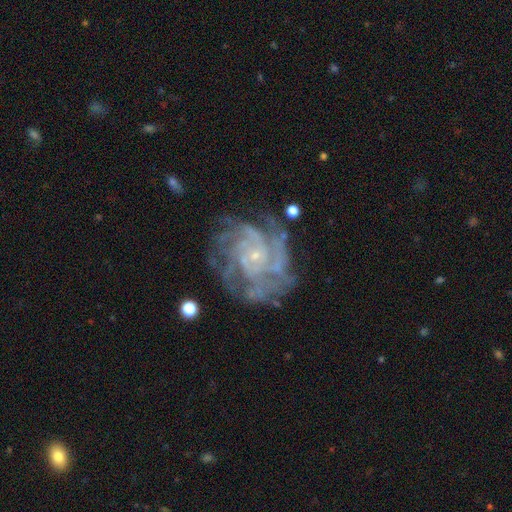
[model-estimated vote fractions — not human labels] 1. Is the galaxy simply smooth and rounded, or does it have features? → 89% featured or disk, 7% star or artifact, 5% smooth.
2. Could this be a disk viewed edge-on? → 98% no, 2% yes.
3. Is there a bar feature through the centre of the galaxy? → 75% no, 19% weak, 5% strong.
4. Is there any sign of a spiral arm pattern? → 97% yes, 3% no.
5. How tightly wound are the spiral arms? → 66% tight, 29% medium, 5% loose.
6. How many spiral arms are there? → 32% 4, 19% can't tell, 16% more than 4, 16% 3, 9% 2, 7% 1.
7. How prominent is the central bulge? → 85% small, 9% moderate, 4% none, 1% large, 1% dominant.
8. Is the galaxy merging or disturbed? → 69% none, 18% minor disturbance, 10% major disturbance, 2% merger.